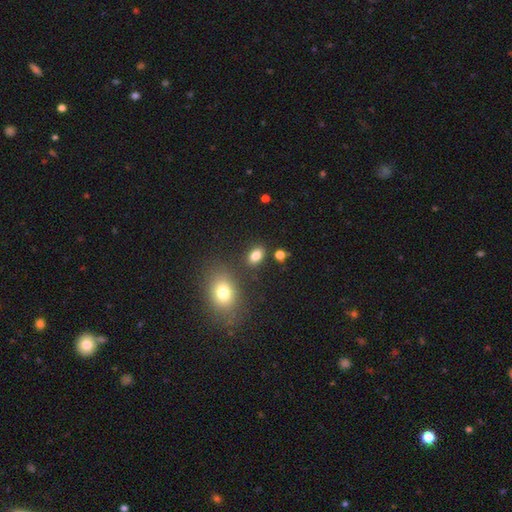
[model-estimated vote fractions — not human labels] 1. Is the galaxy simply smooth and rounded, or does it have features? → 83% smooth, 11% star or artifact, 7% featured or disk.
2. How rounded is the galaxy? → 85% in between, 13% round, 2% cigar-shaped.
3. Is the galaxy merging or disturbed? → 81% none, 10% minor disturbance, 6% merger, 3% major disturbance.